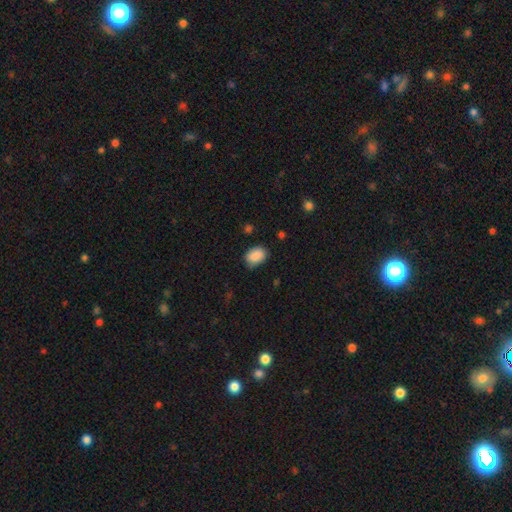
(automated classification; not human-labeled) Morphology: type=smooth (87%); roundness=in between (80%); merging=none (73%).